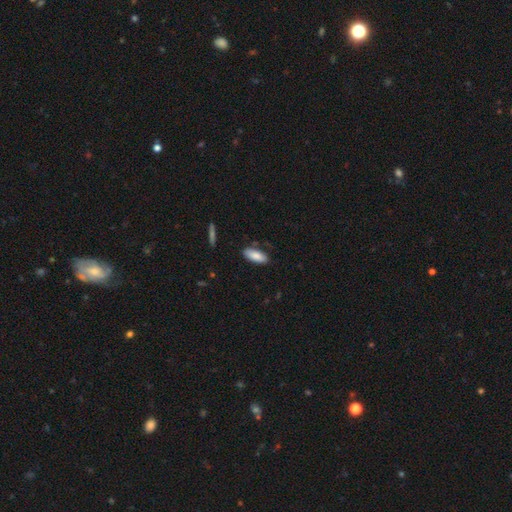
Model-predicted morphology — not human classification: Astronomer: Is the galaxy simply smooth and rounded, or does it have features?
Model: smooth — 86%.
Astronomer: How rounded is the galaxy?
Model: in between — 82%.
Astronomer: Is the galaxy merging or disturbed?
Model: none — 80%.